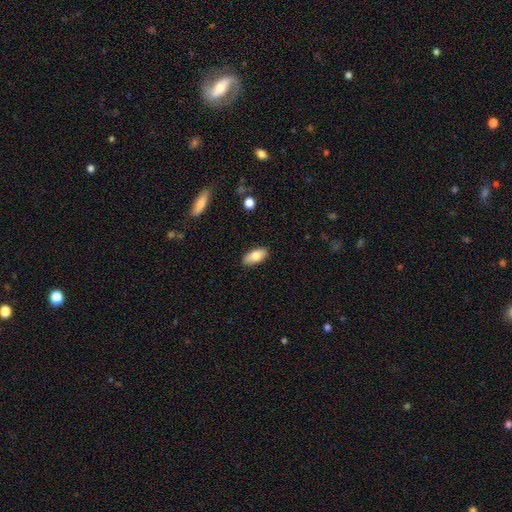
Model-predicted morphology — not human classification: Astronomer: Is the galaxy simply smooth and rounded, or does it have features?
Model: smooth — 78%.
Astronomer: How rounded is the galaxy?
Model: in between — 88%.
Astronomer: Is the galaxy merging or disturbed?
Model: none — 87%.